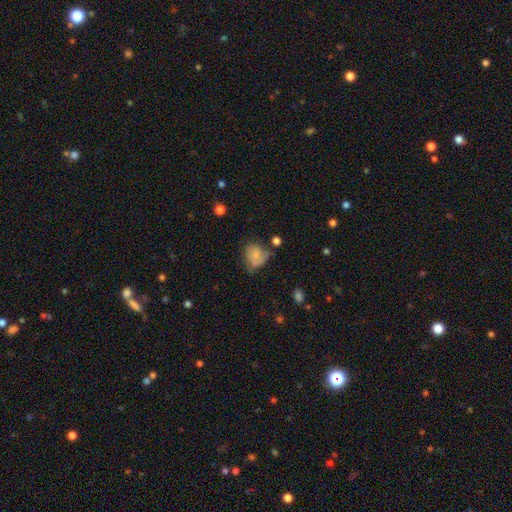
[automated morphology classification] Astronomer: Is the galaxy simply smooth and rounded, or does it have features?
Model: smooth — 69%.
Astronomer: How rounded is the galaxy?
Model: round — 53% (runner-up: in between, 45%).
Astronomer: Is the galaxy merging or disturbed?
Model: none — 36% (runner-up: minor disturbance, 34%).